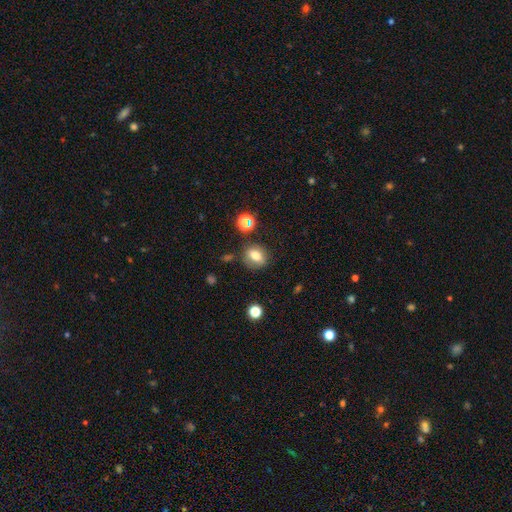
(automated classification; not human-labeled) Morphology: type=smooth (72%); roundness=in between (55%); merging=none (78%).